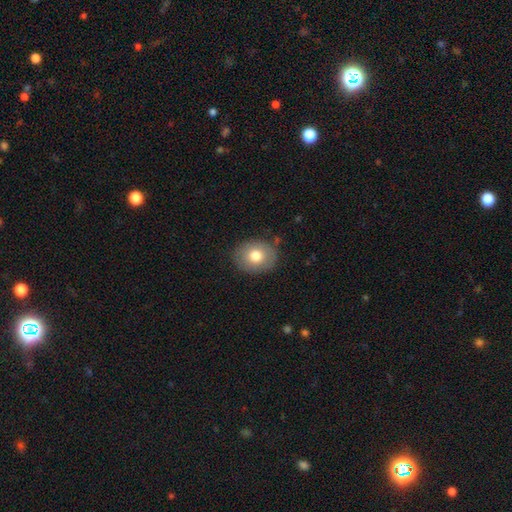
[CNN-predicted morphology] smooth 75%, featured or disk 17%, star or artifact 8%. Down the decision tree: how rounded — round (54%); merging — none (83%).